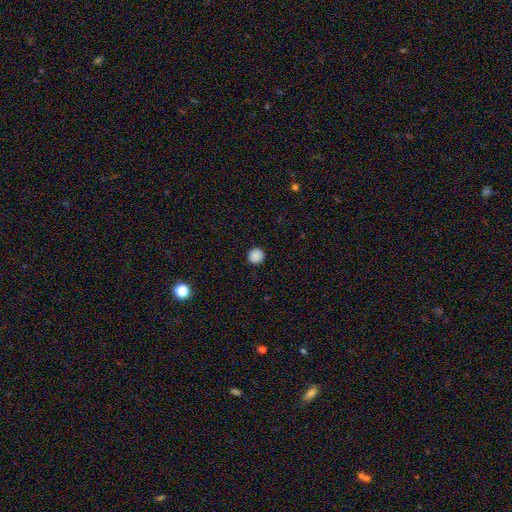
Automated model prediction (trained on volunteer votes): This appears to be a smooth galaxy with no disk features (87%) that is round (93%). Merging: none (91%).